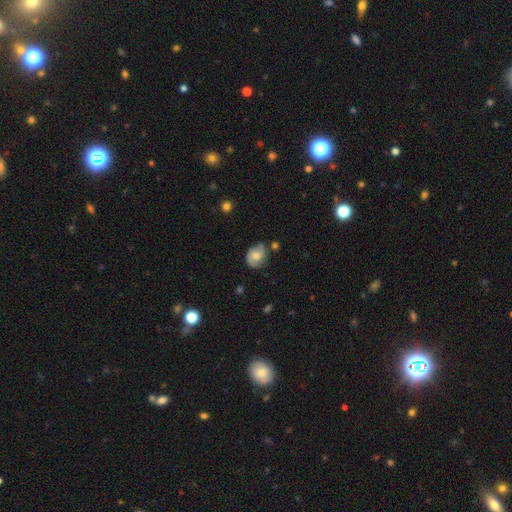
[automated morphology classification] smooth-or-featured: smooth: 54% | featured or disk: 37% | star or artifact: 8%
  how-rounded: in between: 50% | round: 48% | cigar-shaped: 1%
  merging: none: 64% | minor disturbance: 25% | major disturbance: 6% | merger: 4%